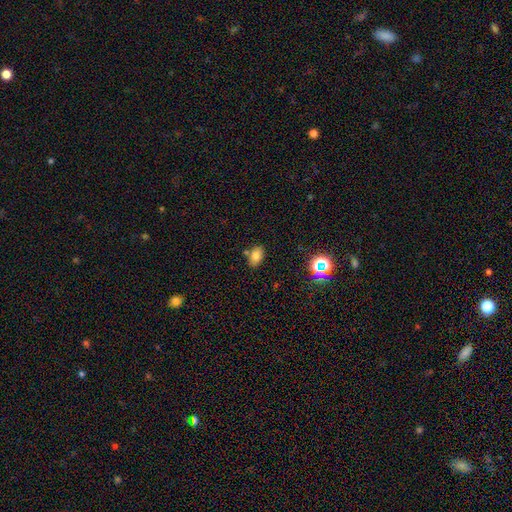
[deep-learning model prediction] Overall: smooth (77%). How rounded: in between (86%). Merging: none (74%).